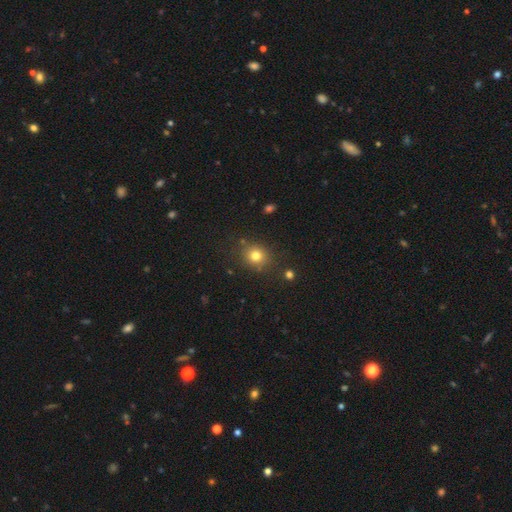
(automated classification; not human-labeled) The model was most divided on "how rounded": round: 77%, in between: 22%, cigar-shaped: 1%. More confident: merging — none (83%); smooth or featured — smooth (78%).